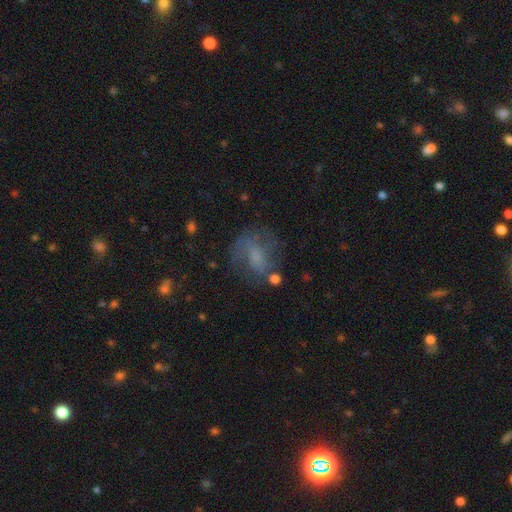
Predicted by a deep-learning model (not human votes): The model was most divided on "smooth or featured": featured or disk: 46%, smooth: 39%, star or artifact: 15%. More confident: merging — none (54%).